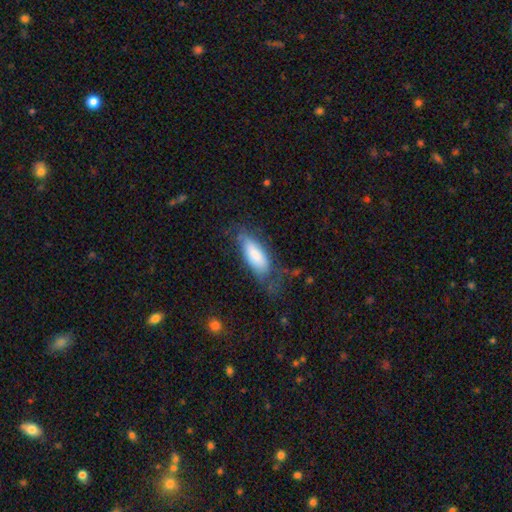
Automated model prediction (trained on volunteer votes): This appears to be a smooth galaxy with no disk features (71%) that is in between round and cigar-shaped (73%). Merging: none (49%).